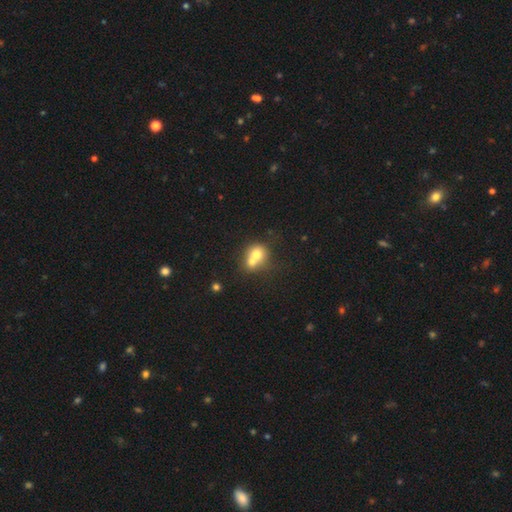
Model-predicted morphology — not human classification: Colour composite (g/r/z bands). It shows a smooth galaxy with no disk features (68%) that is round (72%). Merging: merger (66%).